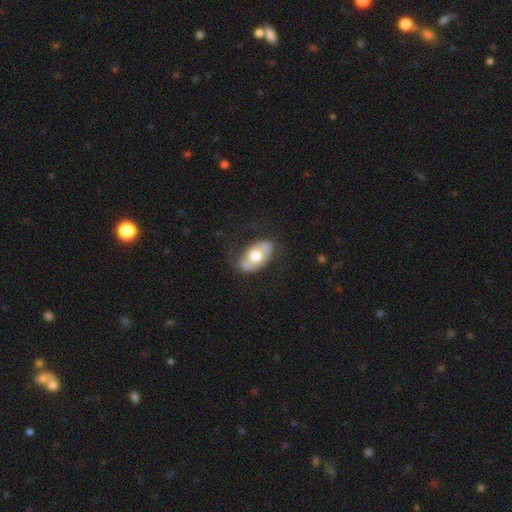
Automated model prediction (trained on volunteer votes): The model was most divided on "smooth or featured": smooth: 55%, featured or disk: 39%, star or artifact: 6%. More confident: how rounded — in between (92%); merging — none (73%).